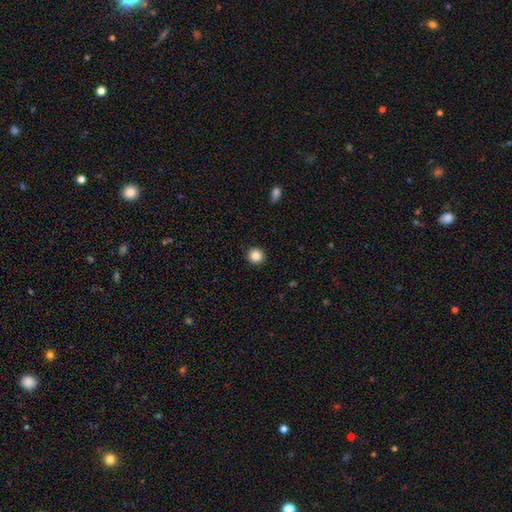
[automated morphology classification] Overall: smooth (86%). How rounded: round (94%). Merging: none (93%).